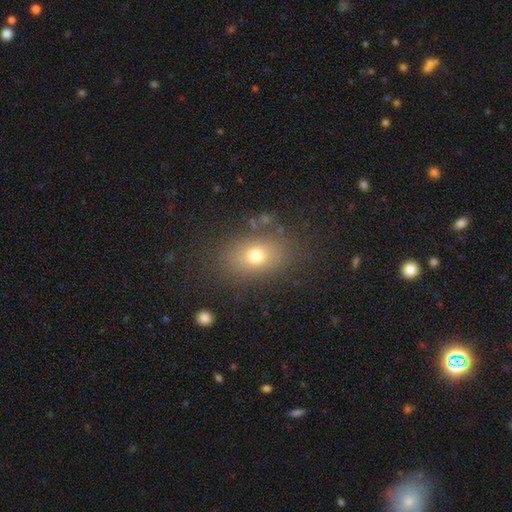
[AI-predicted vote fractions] A smooth galaxy with no disk features (71%) that is in between round and cigar-shaped (73%).

Vote fractions:
- Smooth or featured? smooth: 71% / star or artifact: 14% / featured or disk: 14%
- How rounded? in between: 73% / round: 25% / cigar-shaped: 2%
- Merging? none: 82% / minor disturbance: 11% / major disturbance: 5% / merger: 2%